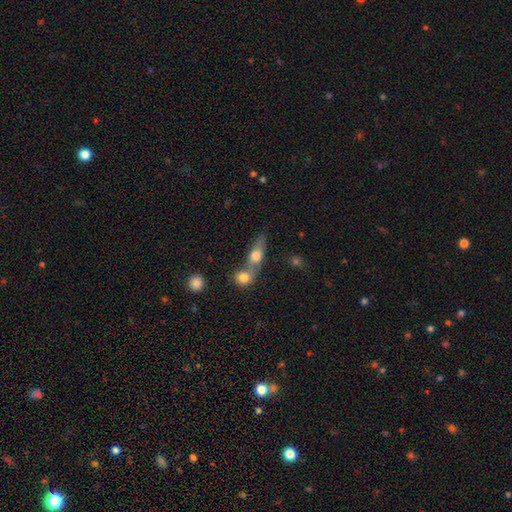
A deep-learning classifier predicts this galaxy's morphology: Smooth or featured? Predicted: smooth (p=0.70). How rounded? Predicted: in between (p=0.55). Merging? Predicted: merger (p=0.58).